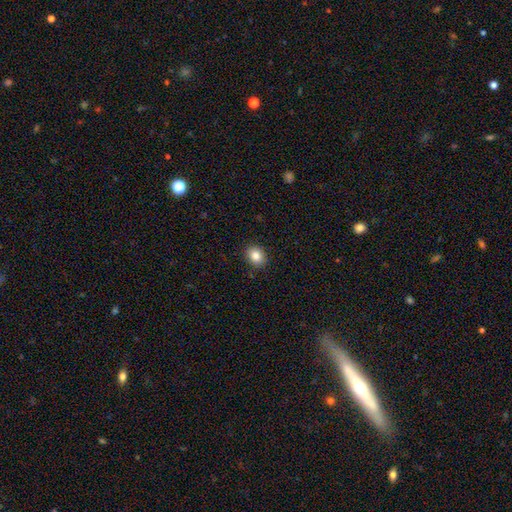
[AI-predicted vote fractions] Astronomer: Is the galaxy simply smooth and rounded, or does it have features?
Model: smooth — 85%.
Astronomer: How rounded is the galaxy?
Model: round — 53% (runner-up: in between, 46%).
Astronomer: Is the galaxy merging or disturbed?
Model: none — 90%.